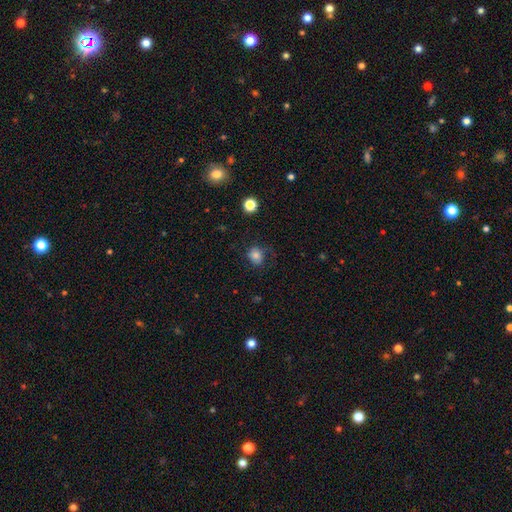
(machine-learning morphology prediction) This appears to be a smooth galaxy with no disk features (77%) that is round (62%). Merging: none (60%).